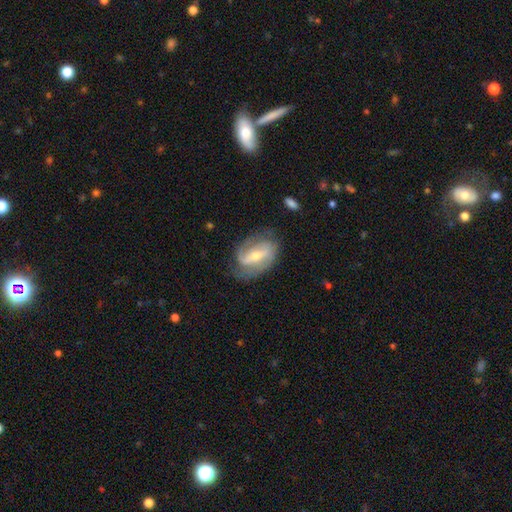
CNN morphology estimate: Smooth or featured: featured or disk — 81% (smooth — 14%)
Edge-on disk: no — 95% (yes — 5%)
Bar: strong — 49% (weak — 36%)
Spiral arms: yes — 90% (no — 10%)
Spiral winding: medium — 43% (loose — 29%)
Spiral arm count: 2 — 75% (can't tell — 11%)
Bulge size: moderate — 51% (small — 45%)
Merging: none — 68% (minor disturbance — 20%)